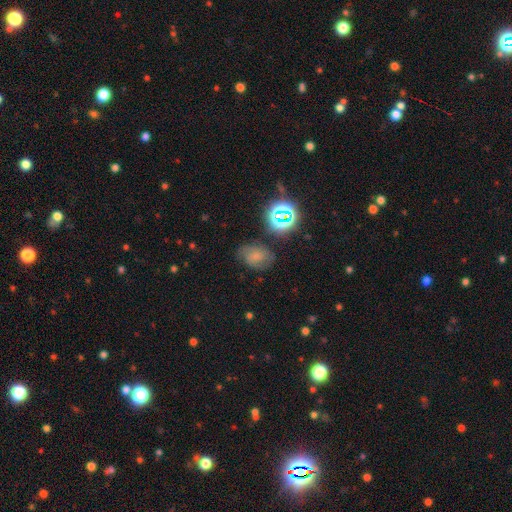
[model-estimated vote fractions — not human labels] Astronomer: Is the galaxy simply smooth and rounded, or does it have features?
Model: smooth — 48% (runner-up: featured or disk, 30%).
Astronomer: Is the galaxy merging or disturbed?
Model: none — 66%.